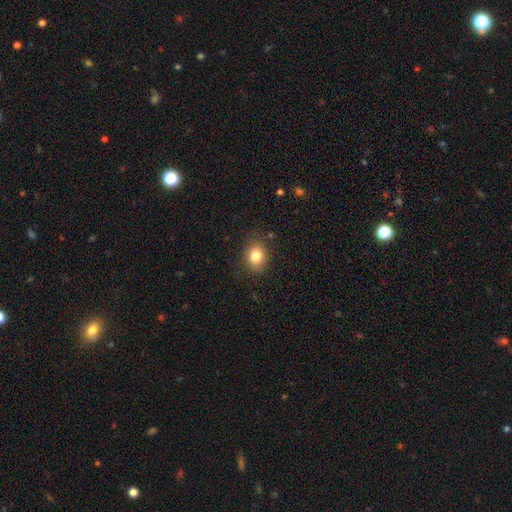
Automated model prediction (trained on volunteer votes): Overall: smooth (82%). How rounded: in between (53%; round 46%). Merging: none (83%).